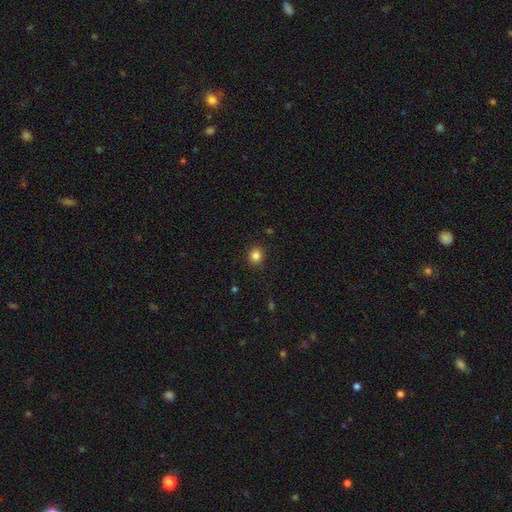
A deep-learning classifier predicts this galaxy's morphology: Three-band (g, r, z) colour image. It shows a smooth galaxy with no disk features (84%) that is round (83%). Merging: none (89%).